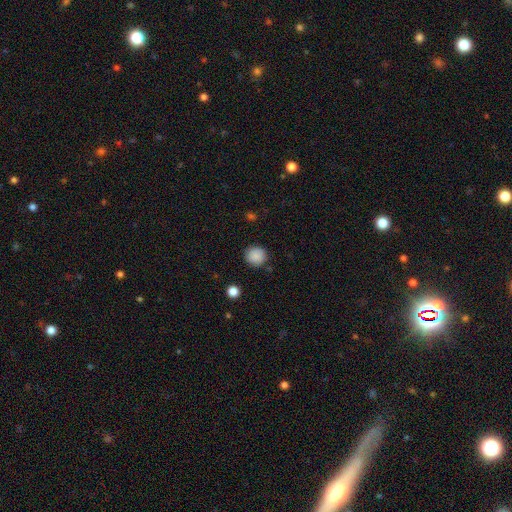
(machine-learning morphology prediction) Overall: smooth (88%). How rounded: round (93%). Merging: none (88%).